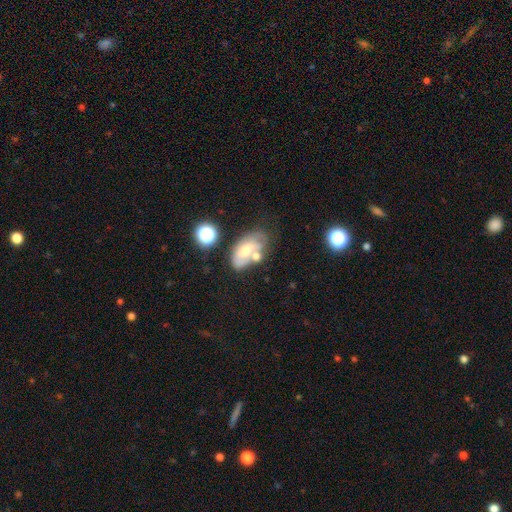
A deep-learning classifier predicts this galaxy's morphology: Smooth or featured? smooth (45%)
Merging? none (34%)